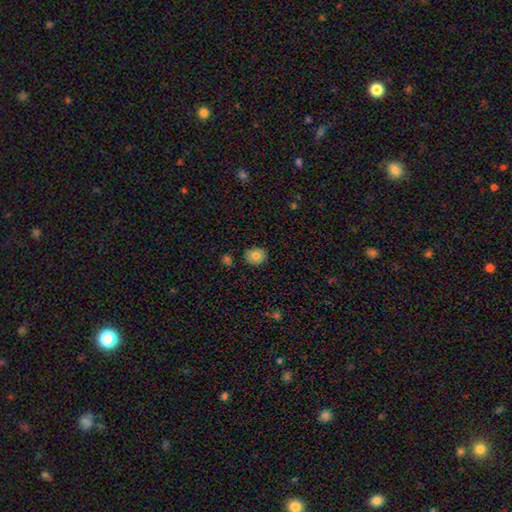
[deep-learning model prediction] smooth 77%, featured or disk 14%, star or artifact 9%. Down the decision tree: how rounded — round (67%); merging — none (84%).